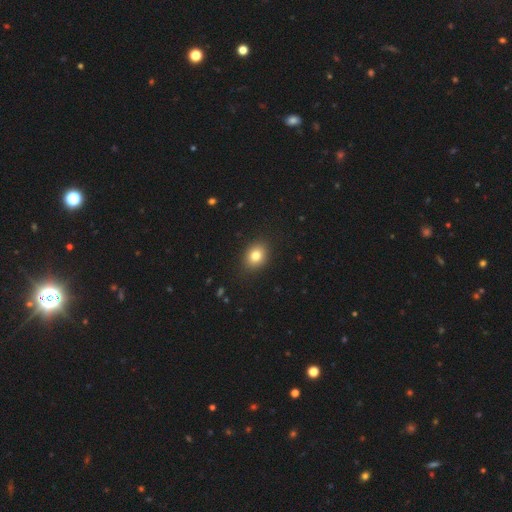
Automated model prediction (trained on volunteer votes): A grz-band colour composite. It shows a smooth galaxy with no disk features (81%) that is in between round and cigar-shaped (58%). Merging: none (88%).